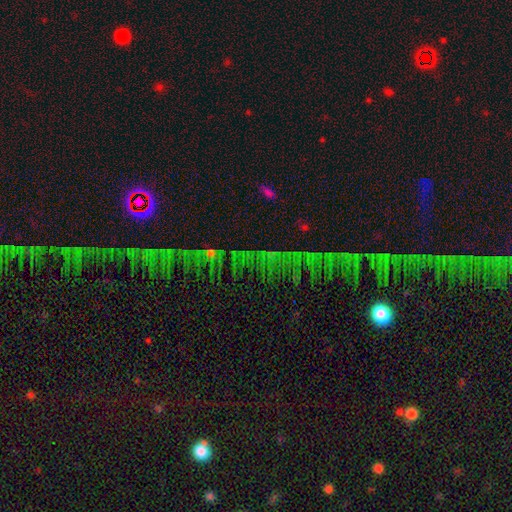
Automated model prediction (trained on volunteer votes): smooth-or-featured: star or artifact: 74% | featured or disk: 14% | smooth: 12%